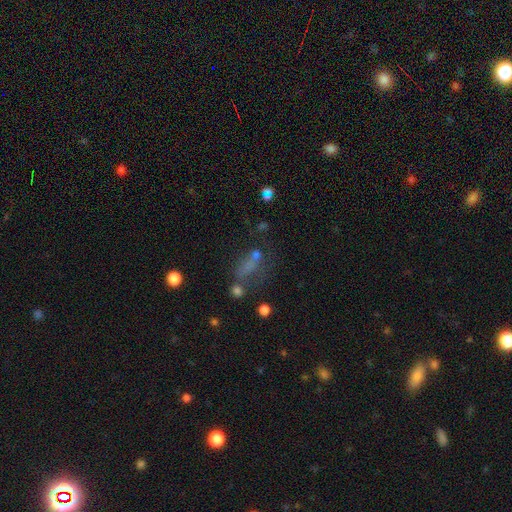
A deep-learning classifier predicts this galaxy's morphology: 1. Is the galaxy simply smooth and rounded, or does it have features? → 39% star or artifact, 33% smooth, 27% featured or disk.